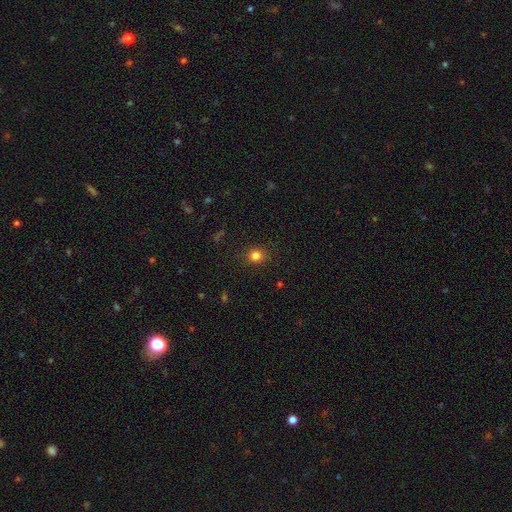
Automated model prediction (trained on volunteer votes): This appears to be a smooth galaxy with no disk features (81%) that is round (82%). Merging: none (88%).